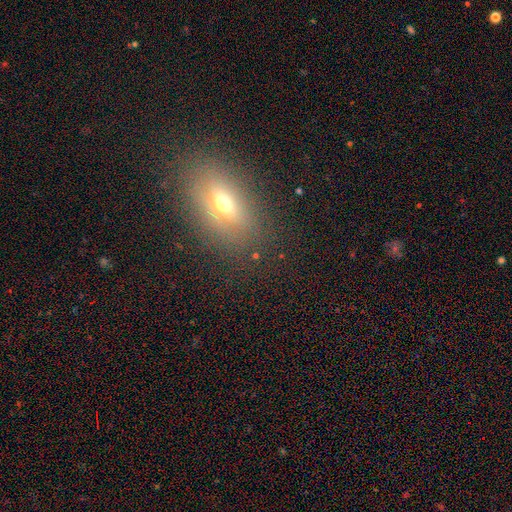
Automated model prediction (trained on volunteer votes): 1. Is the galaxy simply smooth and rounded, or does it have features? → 50% smooth, 26% featured or disk, 24% star or artifact.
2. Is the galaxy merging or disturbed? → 81% none, 11% minor disturbance, 5% major disturbance, 3% merger.